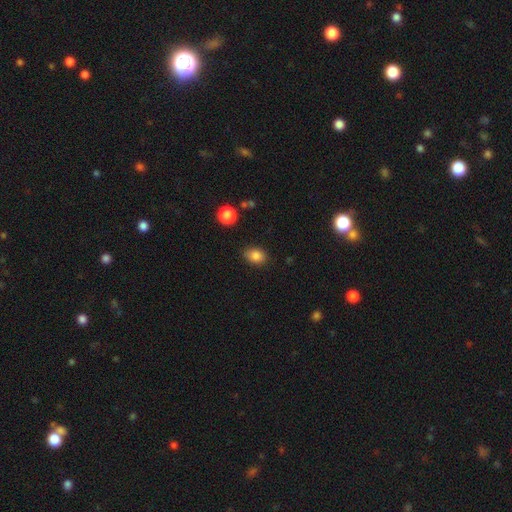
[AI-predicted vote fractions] Smooth or featured? Predicted: smooth (p=0.84). How rounded? Predicted: in between (p=0.67). Merging? Predicted: none (p=0.80).